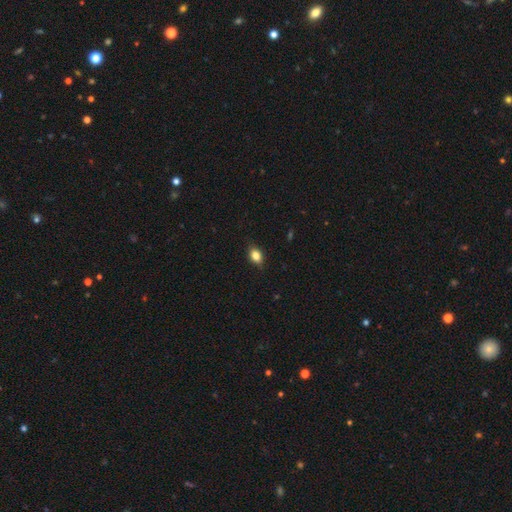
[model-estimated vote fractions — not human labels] A smooth galaxy with no disk features (83%) that is in between round and cigar-shaped (80%). Merging: none (84%).